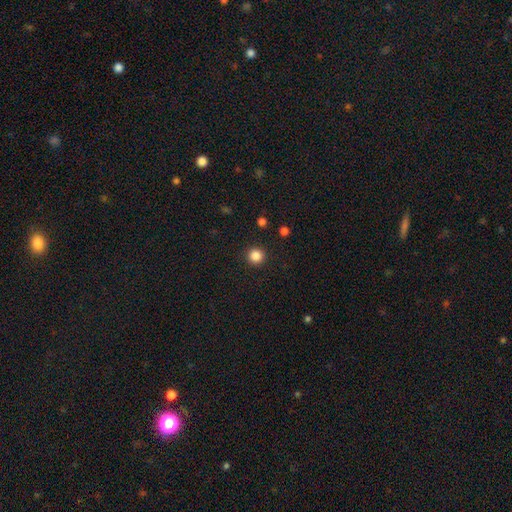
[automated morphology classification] Smooth or featured? smooth (85%)
How rounded? round (95%)
Merging? none (93%)